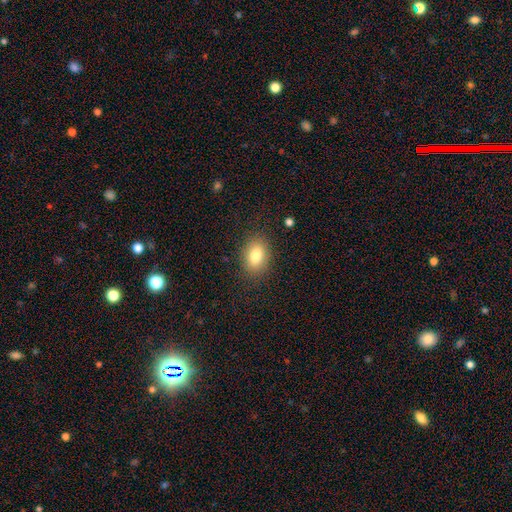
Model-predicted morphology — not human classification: Q: Smooth or featured?
A: smooth (82%); runner-up: featured or disk (9%)
Q: How rounded?
A: in between (80%); runner-up: round (18%)
Q: Merging?
A: none (85%); runner-up: minor disturbance (10%)